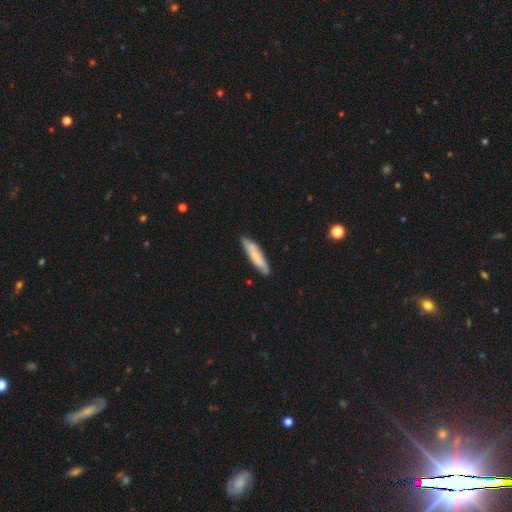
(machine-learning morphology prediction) smooth_or_featured: smooth (p=0.69) [alt: featured or disk p=0.25]
how_rounded: cigar-shaped (p=0.81) [alt: in between p=0.18]
merging: none (p=0.80) [alt: minor disturbance p=0.16]